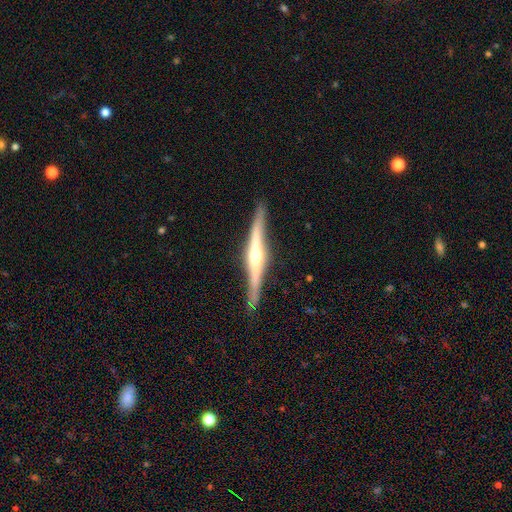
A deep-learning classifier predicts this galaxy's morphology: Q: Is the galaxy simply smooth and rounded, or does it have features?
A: featured or disk — 82%.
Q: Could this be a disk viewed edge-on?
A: yes — 97%.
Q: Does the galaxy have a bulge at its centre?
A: rounded — 89%.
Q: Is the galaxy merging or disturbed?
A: none — 86%.